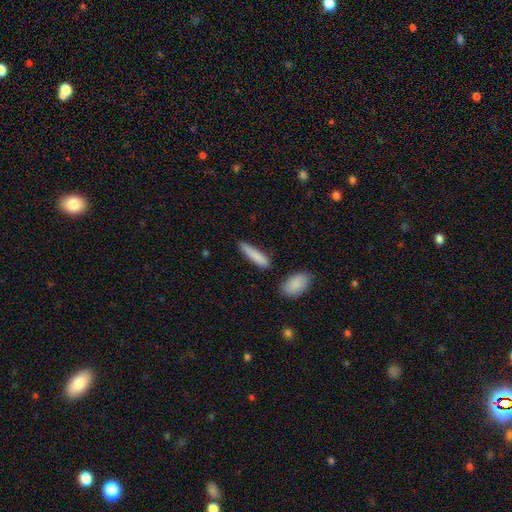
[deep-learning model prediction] This is clearly a smooth galaxy (83%). How rounded: clearly cigar-shaped (81%). Merging: likely none (77%).